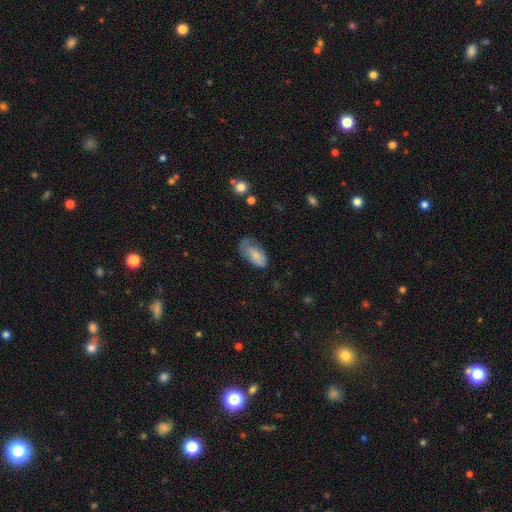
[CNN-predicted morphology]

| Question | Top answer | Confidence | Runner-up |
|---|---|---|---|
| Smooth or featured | smooth | 74% | featured or disk (19%) |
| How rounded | in between | 92% | cigar-shaped (5%) |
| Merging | none | 45% | minor disturbance (36%) |